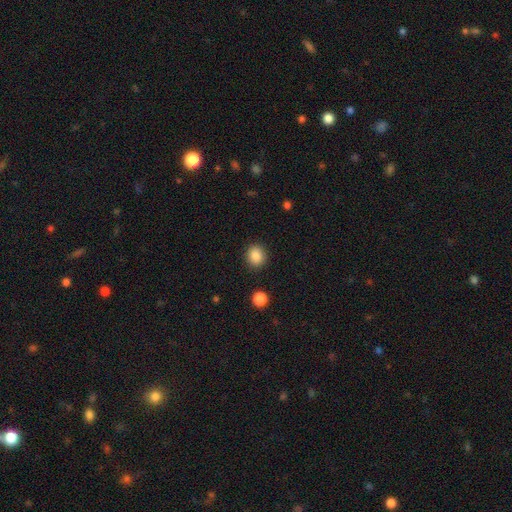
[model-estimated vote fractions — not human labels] Smooth or featured: smooth — 87% (star or artifact — 9%)
How rounded: round — 74% (in between — 25%)
Merging: none — 89% (minor disturbance — 7%)